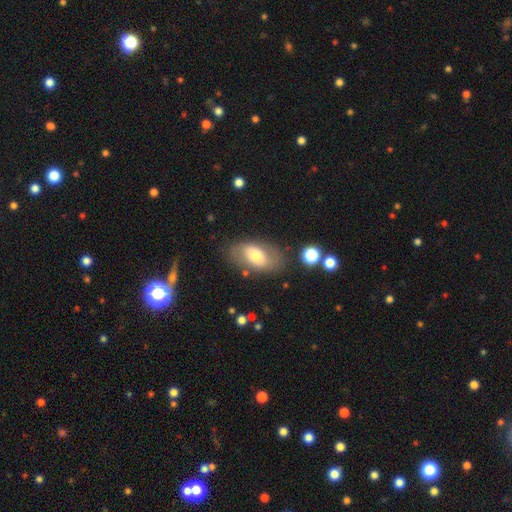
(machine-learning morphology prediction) Smooth or featured? smooth (61%)
How rounded? in between (90%)
Merging? none (74%)